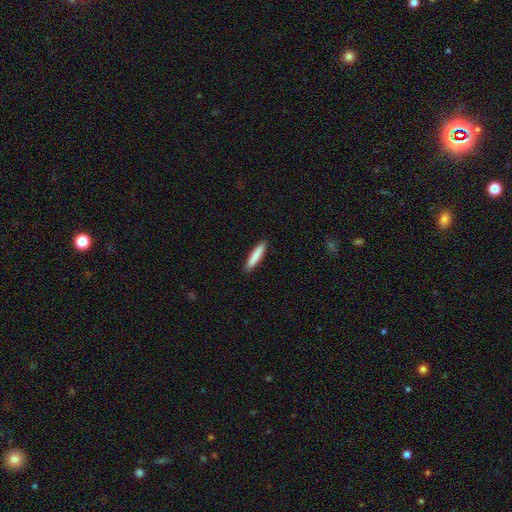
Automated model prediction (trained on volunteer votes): Smooth or featured: smooth — 84% (featured or disk — 10%)
How rounded: cigar-shaped — 87% (in between — 12%)
Merging: none — 91% (minor disturbance — 7%)